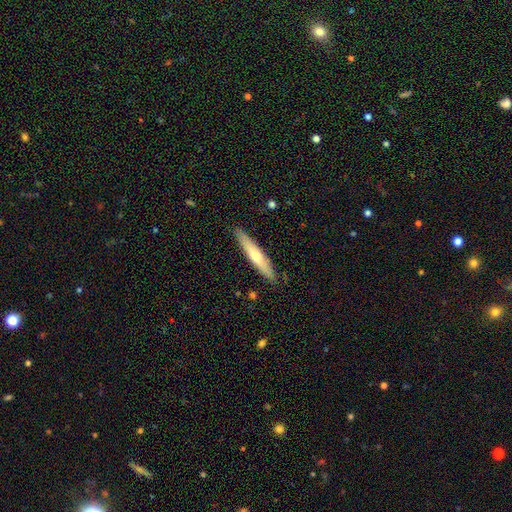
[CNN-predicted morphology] smooth 49%, featured or disk 46%, star or artifact 5%. Down the decision tree: merging — none (89%).